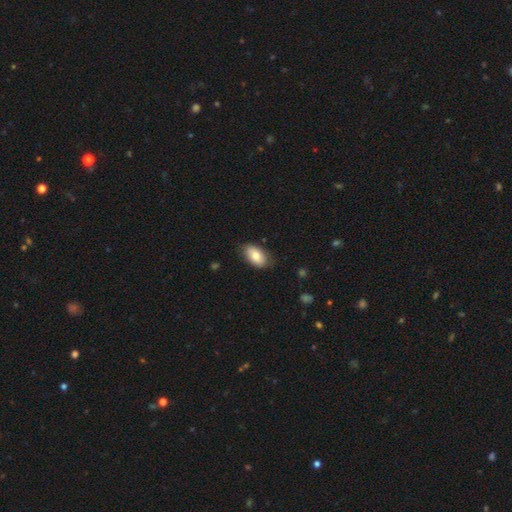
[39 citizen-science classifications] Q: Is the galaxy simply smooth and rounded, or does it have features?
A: smooth — 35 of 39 (90%).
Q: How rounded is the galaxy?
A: in between — 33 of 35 (94%).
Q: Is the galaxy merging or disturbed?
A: none — 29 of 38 (76%).